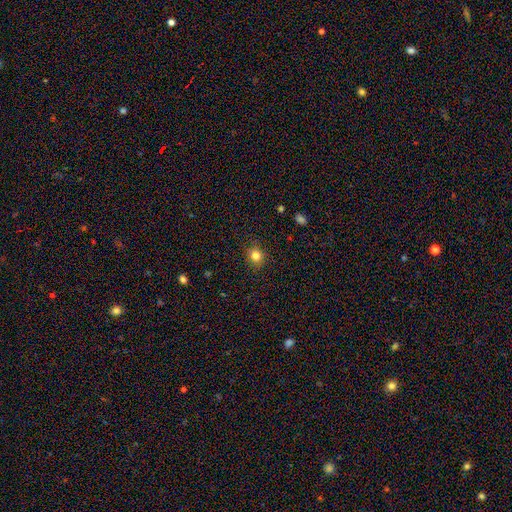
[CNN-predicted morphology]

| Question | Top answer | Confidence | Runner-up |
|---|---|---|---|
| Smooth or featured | smooth | 82% | star or artifact (13%) |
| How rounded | round | 82% | in between (17%) |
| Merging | none | 88% | minor disturbance (8%) |